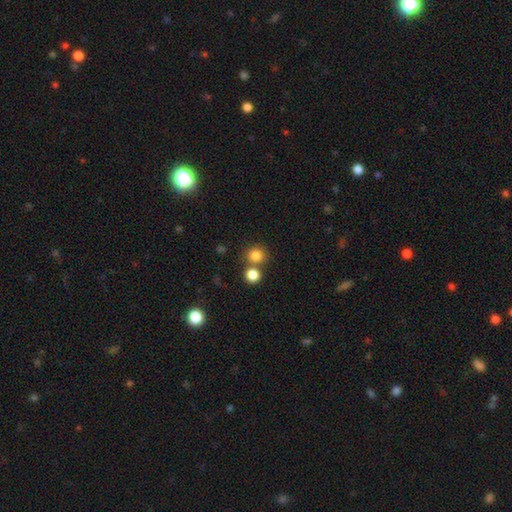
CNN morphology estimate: Q: Smooth or featured?
A: smooth (82%); runner-up: star or artifact (13%)
Q: How rounded?
A: round (87%); runner-up: in between (12%)
Q: Merging?
A: none (65%); runner-up: merger (25%)